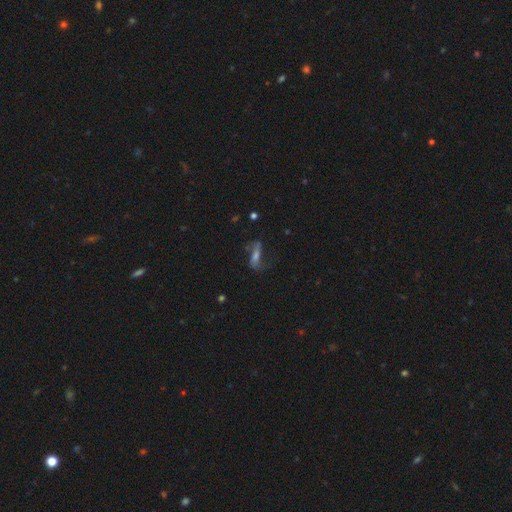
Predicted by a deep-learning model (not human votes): Smooth or featured? featured or disk (49%)
Merging? none (53%)